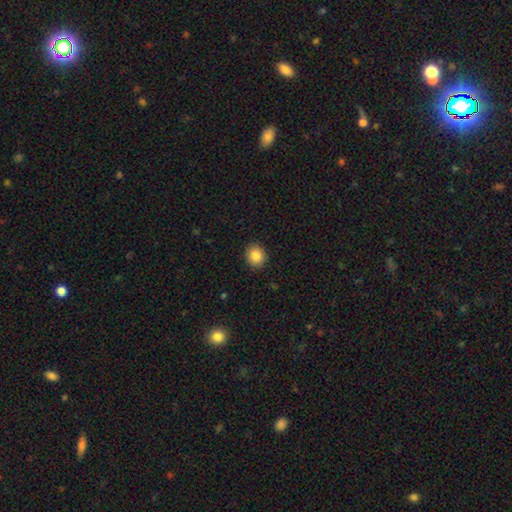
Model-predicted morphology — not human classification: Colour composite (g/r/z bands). It shows a smooth galaxy with no disk features (87%) that is round (80%). Merging: none (90%).